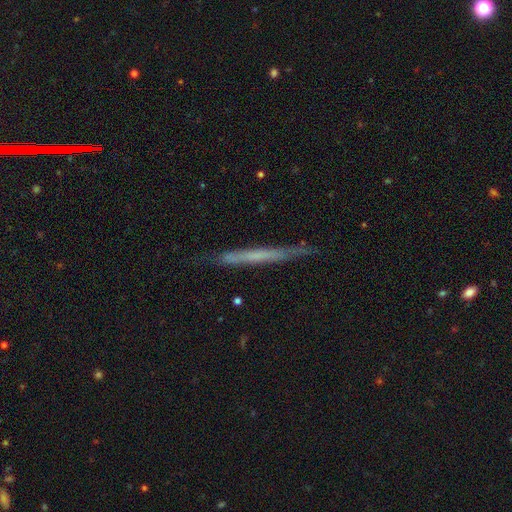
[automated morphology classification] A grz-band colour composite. It shows a featured or disk galaxy (51%) viewed edge-on (95%). Merging: none (84%).